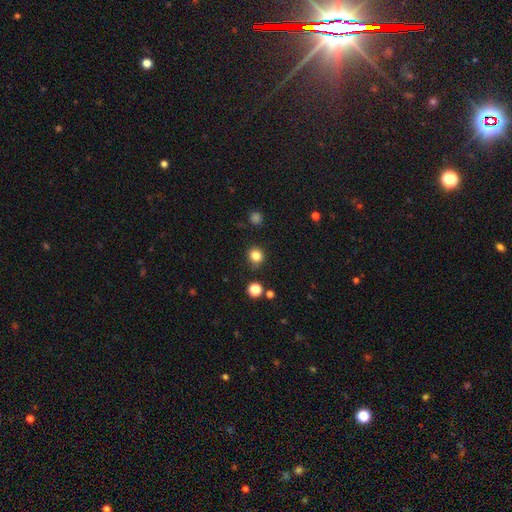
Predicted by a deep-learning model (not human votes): Smooth or featured? Predicted: smooth (p=0.83). How rounded? Predicted: round (p=0.89). Merging? Predicted: none (p=0.86).